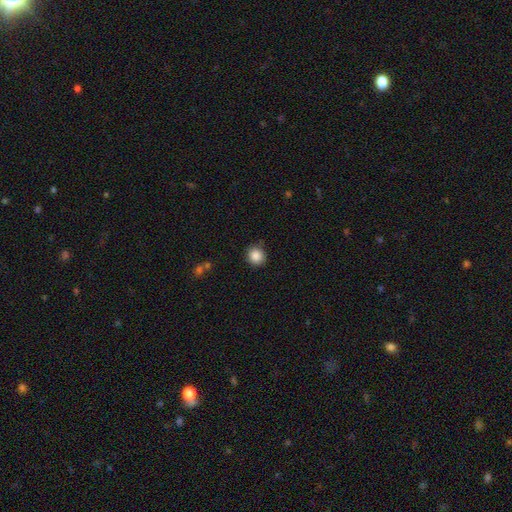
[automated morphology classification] smooth_or_featured: smooth (p=0.87) [alt: star or artifact p=0.09]
how_rounded: round (p=0.88) [alt: in between p=0.11]
merging: none (p=0.85) [alt: minor disturbance p=0.11]